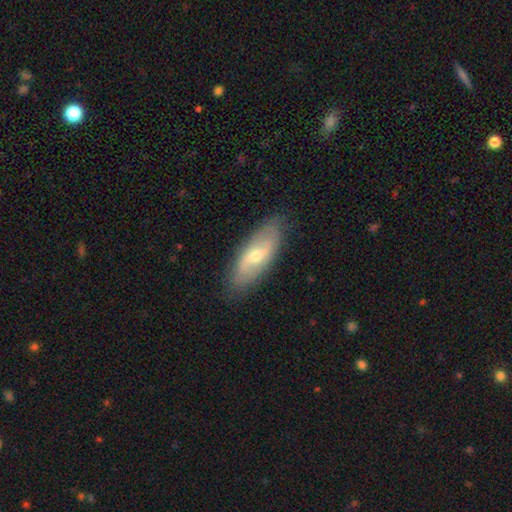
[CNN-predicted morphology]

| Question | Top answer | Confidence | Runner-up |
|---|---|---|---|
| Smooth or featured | featured or disk | 52% | smooth (42%) |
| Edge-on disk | no | 80% | yes (20%) |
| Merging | none | 84% | minor disturbance (12%) |